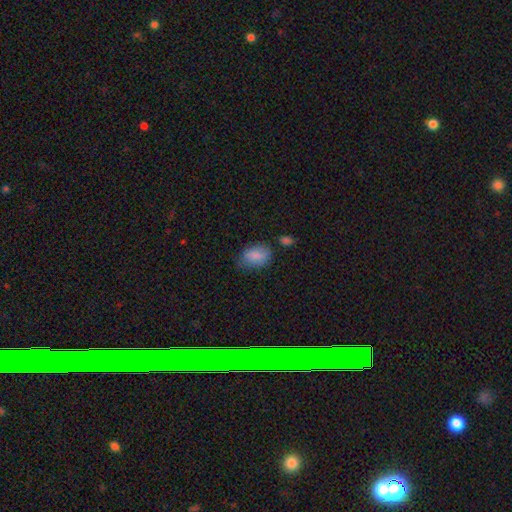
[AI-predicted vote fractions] Overall: smooth (86%). How rounded: in between (84%). Merging: none (65%; minor disturbance 25%).